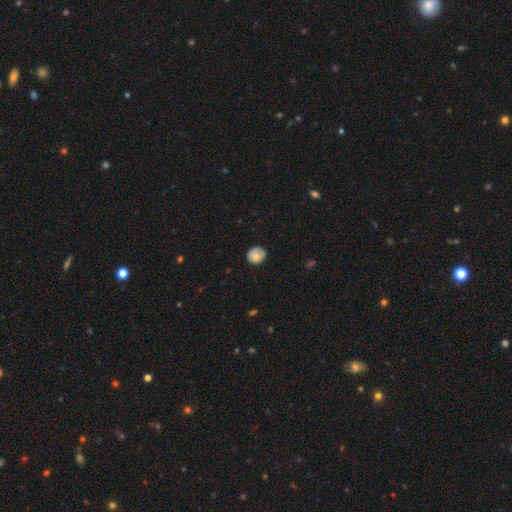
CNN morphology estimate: Q: Smooth or featured?
A: smooth (78%); runner-up: featured or disk (14%)
Q: How rounded?
A: round (77%); runner-up: in between (23%)
Q: Merging?
A: none (71%); runner-up: minor disturbance (23%)